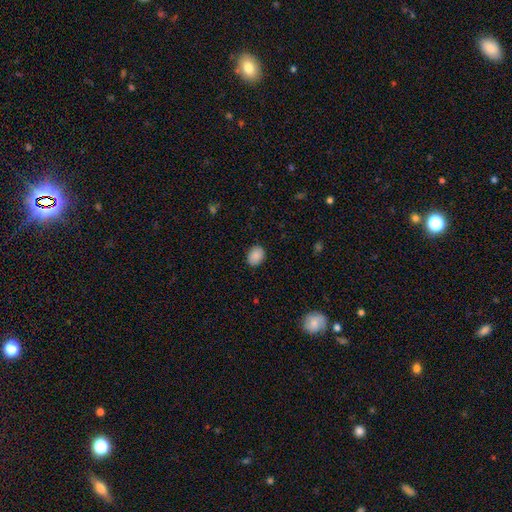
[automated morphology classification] smooth_or_featured: smooth (p=0.89) [alt: star or artifact p=0.07]
how_rounded: in between (p=0.63) [alt: round p=0.36]
merging: none (p=0.88) [alt: minor disturbance p=0.09]